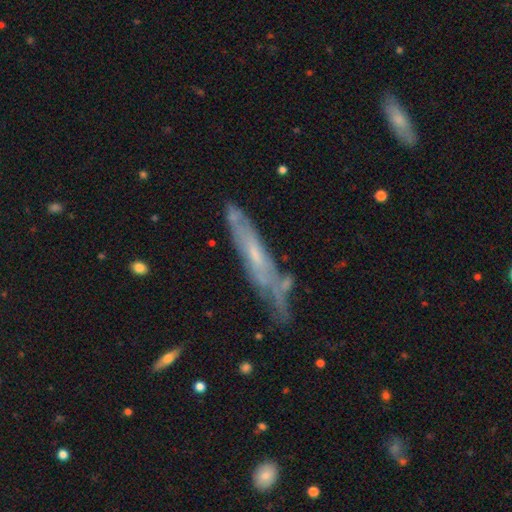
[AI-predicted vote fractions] This is likely a featured or disk galaxy (63%). It is likely viewed edge-on (61%). Merging: possibly none (58%).